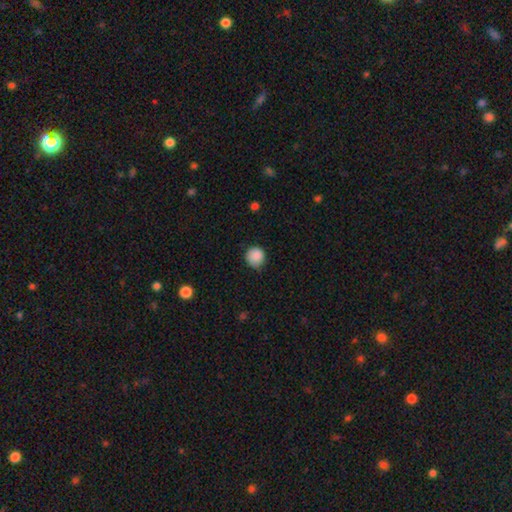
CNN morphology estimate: smooth 87%, star or artifact 9%, featured or disk 4%. Down the decision tree: how rounded — round (90%); merging — none (72%).